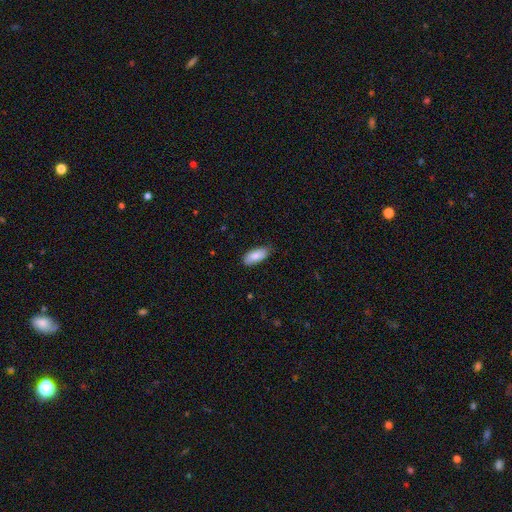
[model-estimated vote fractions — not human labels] A smooth galaxy with no disk features (84%) that is in between round and cigar-shaped (89%). Merging: none (80%).